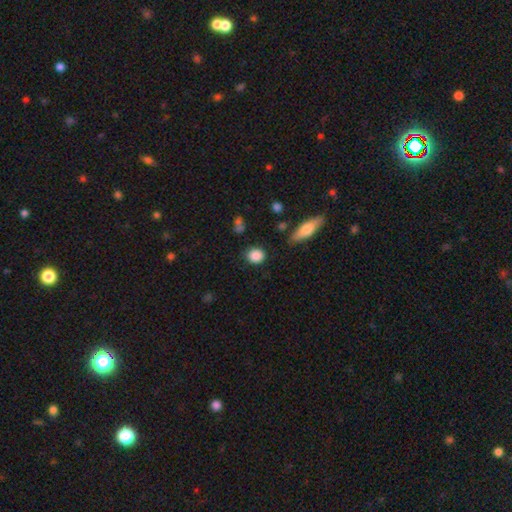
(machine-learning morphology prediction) Smooth or featured? smooth (86%)
How rounded? round (76%)
Merging? none (83%)